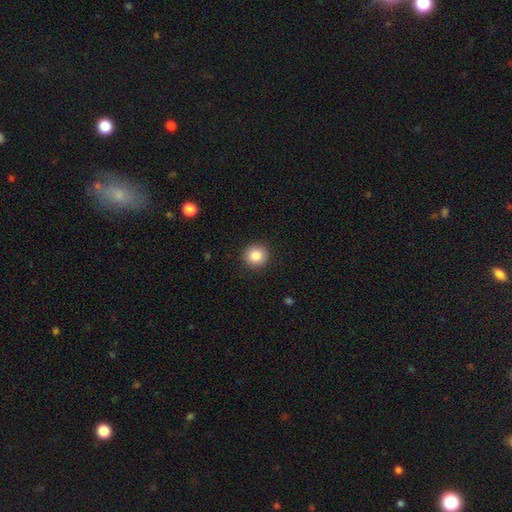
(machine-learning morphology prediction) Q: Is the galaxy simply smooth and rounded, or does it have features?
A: smooth — 87%.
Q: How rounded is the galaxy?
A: round — 92%.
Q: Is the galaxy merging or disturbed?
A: none — 91%.